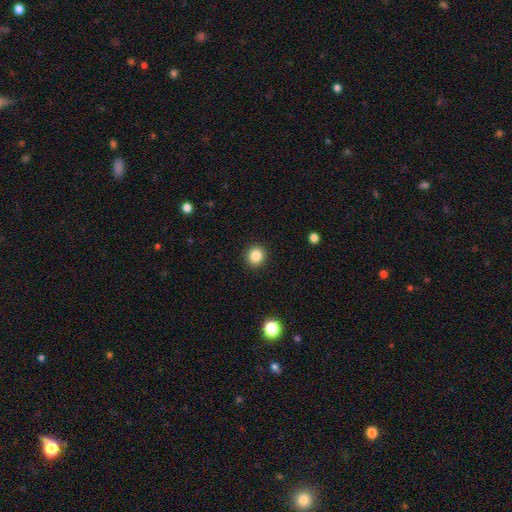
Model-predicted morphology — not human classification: type=smooth (85%); roundness=round (89%); merging=none (92%).